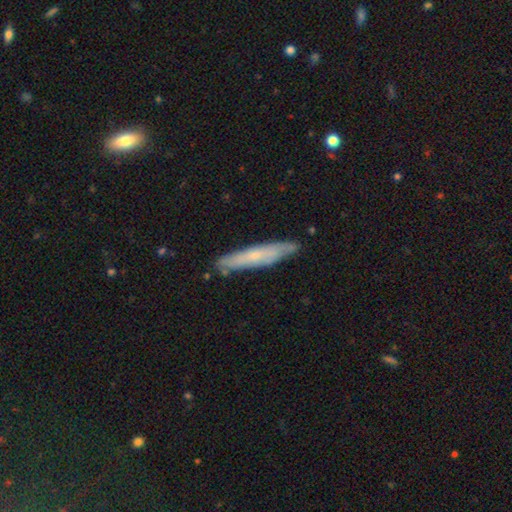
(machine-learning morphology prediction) Overall: smooth (50%; featured or disk 44%). How rounded: cigar-shaped (91%). Merging: none (83%).